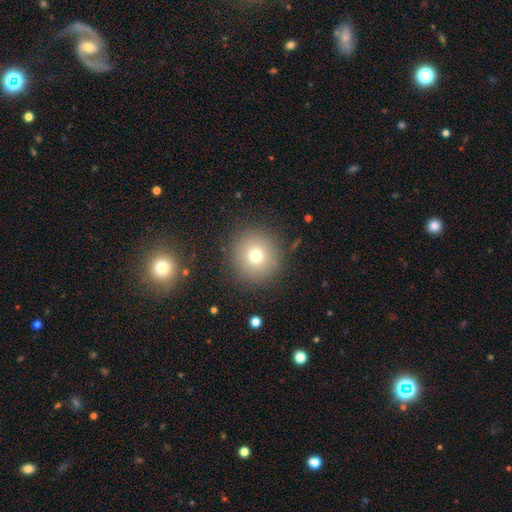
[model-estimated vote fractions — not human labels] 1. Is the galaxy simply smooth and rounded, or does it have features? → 73% smooth, 15% star or artifact, 12% featured or disk.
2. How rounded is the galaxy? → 94% round, 5% in between, 1% cigar-shaped.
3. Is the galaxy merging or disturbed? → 88% none, 7% minor disturbance, 3% major disturbance, 2% merger.